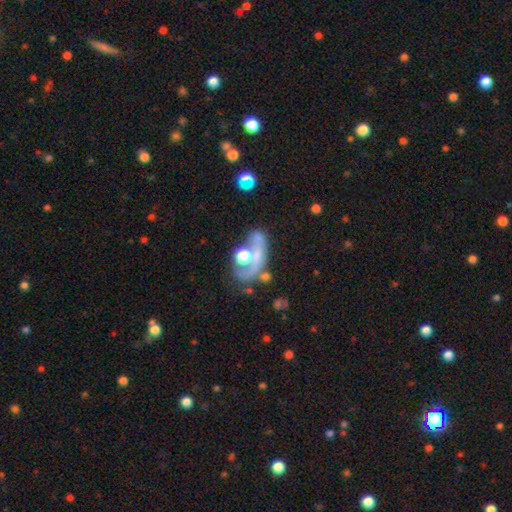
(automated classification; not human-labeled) Smooth or featured: featured or disk — 47% (smooth — 36%)
Merging: none — 36% (merger — 24%)